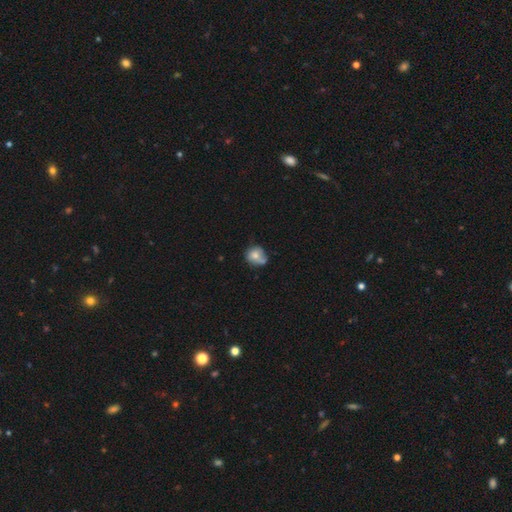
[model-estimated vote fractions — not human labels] The model was most divided on "merging": none: 44%, minor disturbance: 31%, merger: 13%, major disturbance: 12%. More confident: how rounded — round (72%); smooth or featured — smooth (69%).